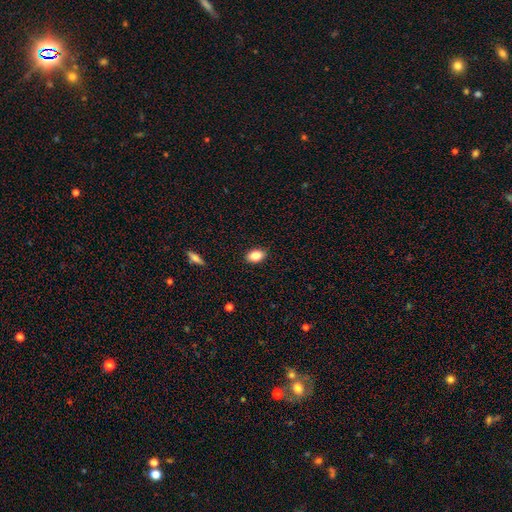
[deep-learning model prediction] smooth_or_featured: smooth (p=0.85) [alt: star or artifact p=0.08]
how_rounded: in between (p=0.86) [alt: round p=0.12]
merging: none (p=0.88) [alt: minor disturbance p=0.09]